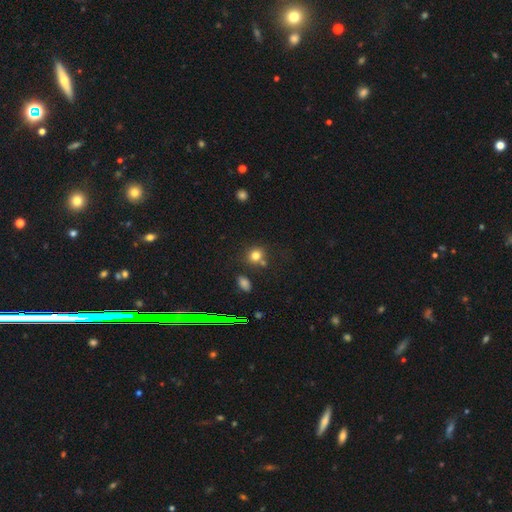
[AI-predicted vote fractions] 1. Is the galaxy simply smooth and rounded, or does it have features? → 76% smooth, 15% star or artifact, 8% featured or disk.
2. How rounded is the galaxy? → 78% round, 21% in between, 1% cigar-shaped.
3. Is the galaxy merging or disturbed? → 67% none, 16% merger, 12% minor disturbance, 5% major disturbance.